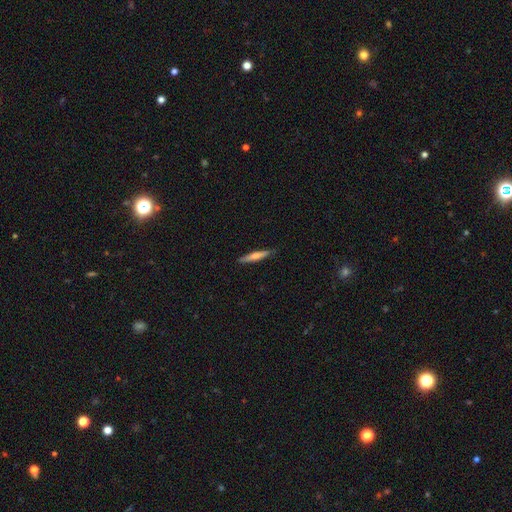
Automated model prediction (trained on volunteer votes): A smooth galaxy with no disk features (50%) that is cigar-shaped (92%).

Vote fractions:
- Smooth or featured? smooth: 50% / featured or disk: 44% / star or artifact: 6%
- How rounded? cigar-shaped: 92% / in between: 6% / round: 2%
- Merging? none: 89% / minor disturbance: 8% / major disturbance: 2% / merger: 1%